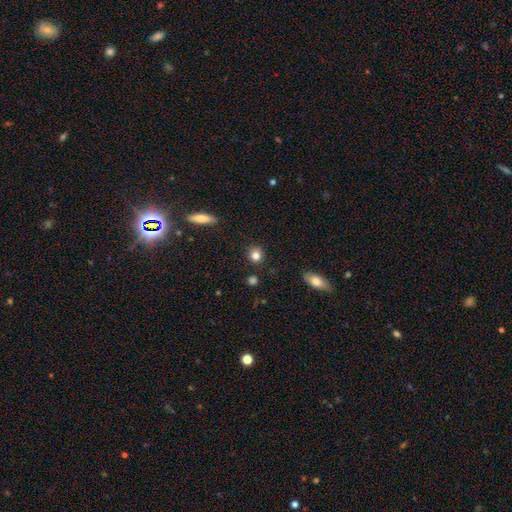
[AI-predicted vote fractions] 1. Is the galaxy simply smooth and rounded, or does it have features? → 83% smooth, 11% star or artifact, 7% featured or disk.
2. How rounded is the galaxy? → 86% round, 12% in between, 2% cigar-shaped.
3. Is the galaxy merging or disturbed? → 88% none, 7% minor disturbance, 2% merger, 2% major disturbance.